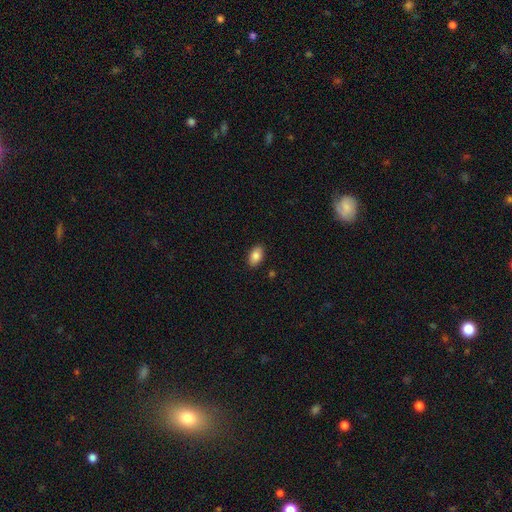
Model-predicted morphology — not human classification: Q: Smooth or featured?
A: smooth (86%); runner-up: star or artifact (7%)
Q: How rounded?
A: in between (92%); runner-up: round (6%)
Q: Merging?
A: none (89%); runner-up: minor disturbance (8%)